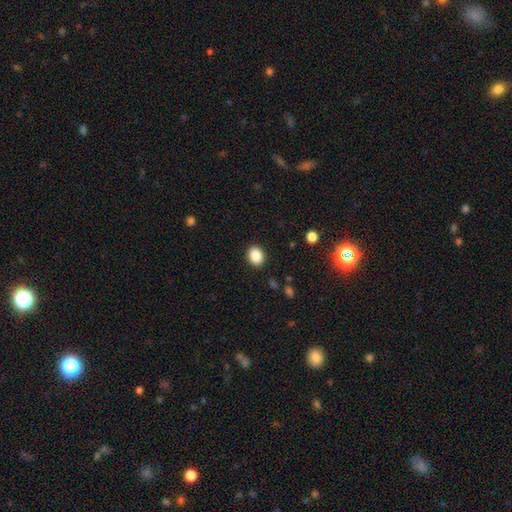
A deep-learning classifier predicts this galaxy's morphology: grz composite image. It shows a smooth galaxy with no disk features (87%) that is in between round and cigar-shaped (56%). Merging: none (90%).